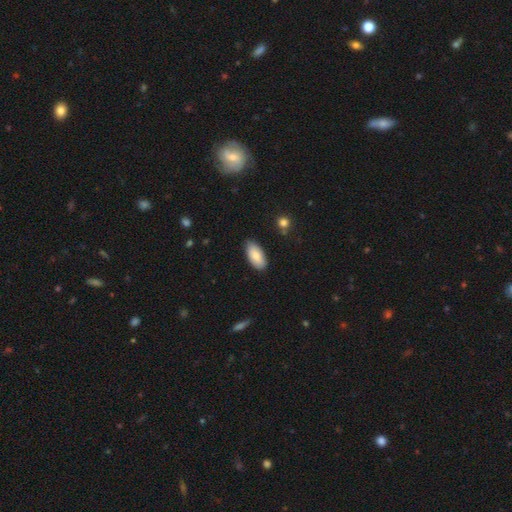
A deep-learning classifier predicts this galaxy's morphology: A smooth galaxy with no disk features (81%) that is in between round and cigar-shaped (92%).

Vote fractions:
- Smooth or featured? smooth: 81% / featured or disk: 12% / star or artifact: 6%
- How rounded? in between: 92% / cigar-shaped: 6% / round: 2%
- Merging? none: 82% / minor disturbance: 14% / major disturbance: 2% / merger: 1%